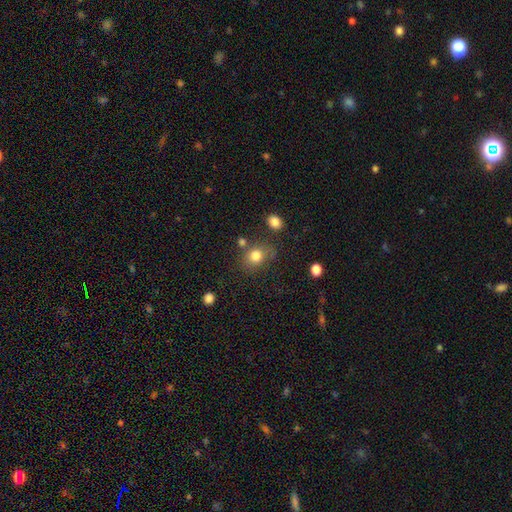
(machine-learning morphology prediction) This appears to be a smooth galaxy with no disk features (80%) that is round (57%). Merging: none (66%).